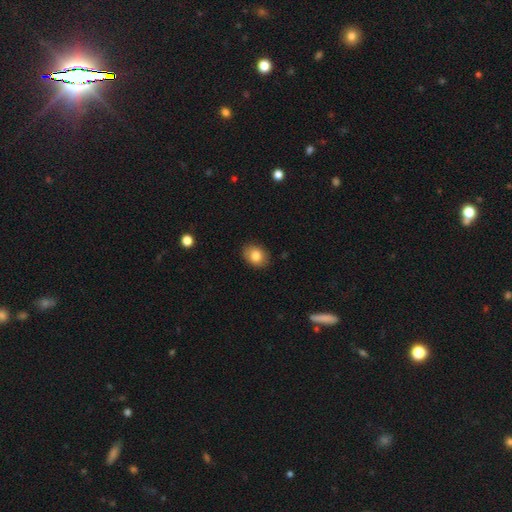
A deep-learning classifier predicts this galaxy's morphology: This is clearly a smooth galaxy (82%). How rounded: likely in between (63%). Merging: clearly none (87%).